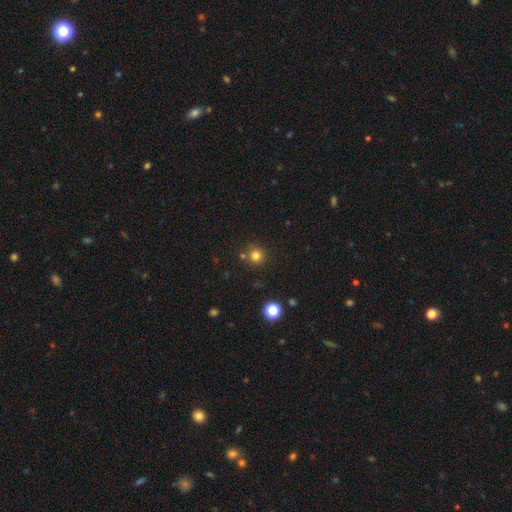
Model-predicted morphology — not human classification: Smooth or featured? Predicted: smooth (p=0.79). How rounded? Predicted: round (p=0.94). Merging? Predicted: none (p=0.81).